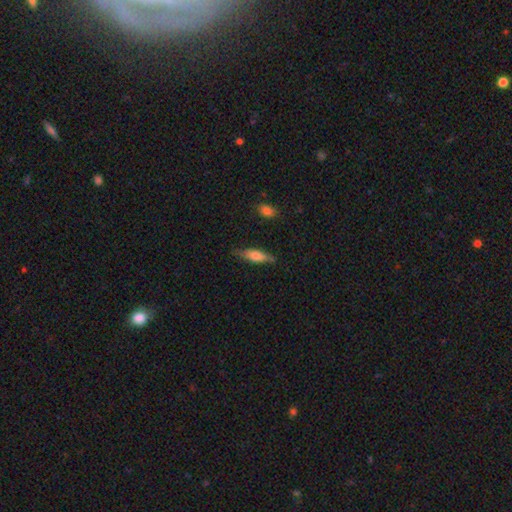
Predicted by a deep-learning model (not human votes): This appears to be a smooth galaxy with no disk features (71%) that is cigar-shaped (53%). Merging: none (73%).